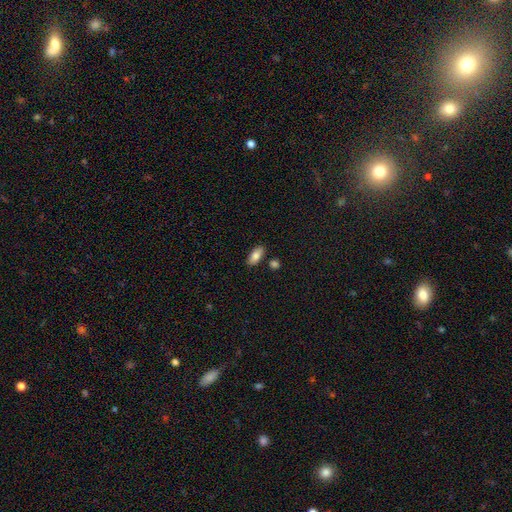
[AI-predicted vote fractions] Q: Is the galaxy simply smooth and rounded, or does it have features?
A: smooth — 83%.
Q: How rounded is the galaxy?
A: in between — 88%.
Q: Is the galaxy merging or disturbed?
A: none — 83%.